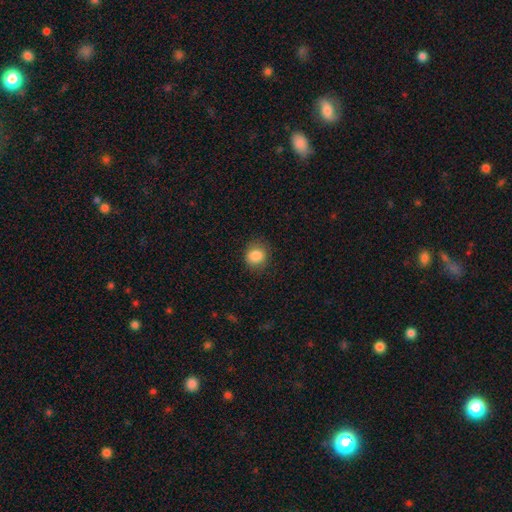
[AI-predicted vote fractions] Smooth or featured?
  - smooth: 86% *
  - star or artifact: 10%
  - featured or disk: 5%
How rounded?
  - round: 79% *
  - in between: 20%
  - cigar-shaped: 1%
Merging?
  - none: 83% *
  - minor disturbance: 12%
  - major disturbance: 4%
  - merger: 1%